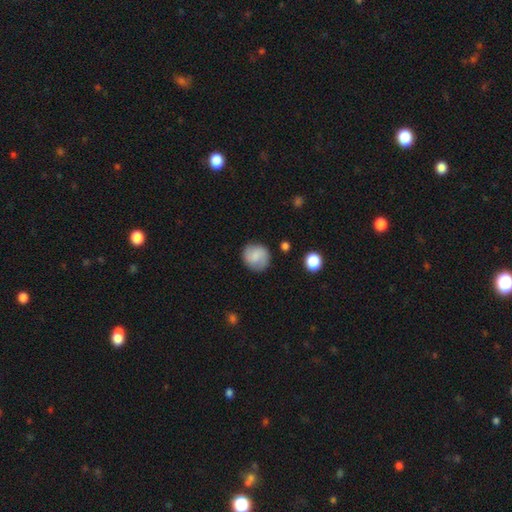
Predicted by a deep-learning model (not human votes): Smooth or featured: smooth — 65% (featured or disk — 26%)
How rounded: round — 86% (in between — 13%)
Merging: none — 80% (minor disturbance — 14%)